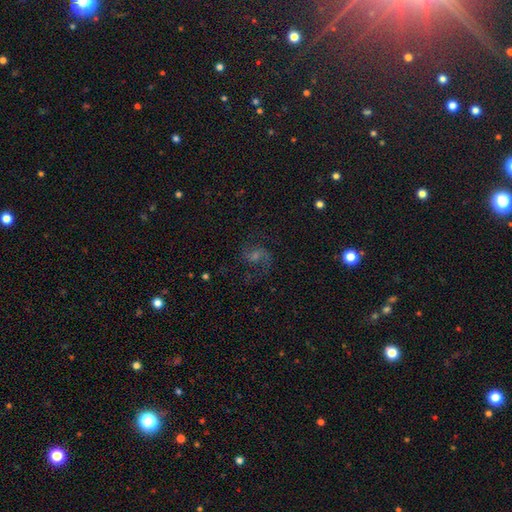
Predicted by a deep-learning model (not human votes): Overall: featured or disk (69%). Edge-on disk: no (97%). Bar: no (52%; weak 40%). Spiral arms: yes (93%). Spiral arm count: 2 (76%). Spiral winding: medium (47%; loose 41%). Bulge size: small (44%; moderate 38%). Merging: none (67%).